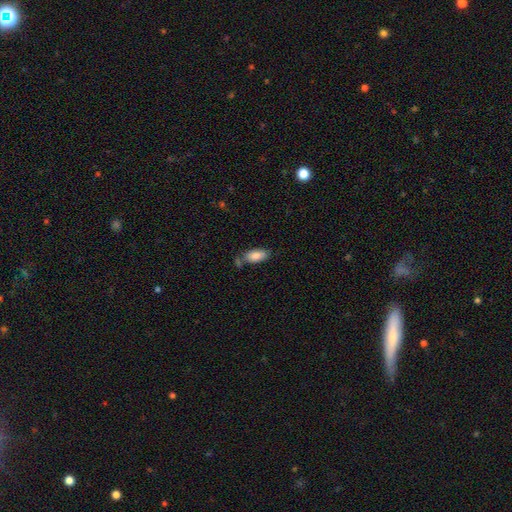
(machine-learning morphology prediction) A smooth galaxy with no disk features (85%) that is in between round and cigar-shaped (88%).

Vote fractions:
- Smooth or featured? smooth: 85% / featured or disk: 8% / star or artifact: 7%
- How rounded? in between: 88% / cigar-shaped: 10% / round: 2%
- Merging? none: 60% / minor disturbance: 18% / merger: 17% / major disturbance: 5%